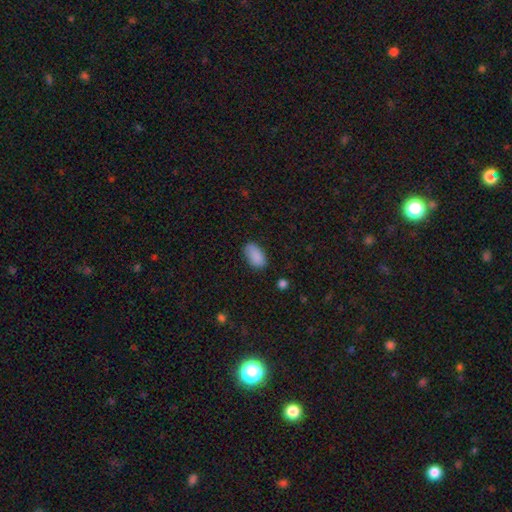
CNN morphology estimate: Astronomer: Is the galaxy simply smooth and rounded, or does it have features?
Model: smooth — 88%.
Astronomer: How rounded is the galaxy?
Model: in between — 93%.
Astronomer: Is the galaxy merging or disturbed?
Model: none — 81%.